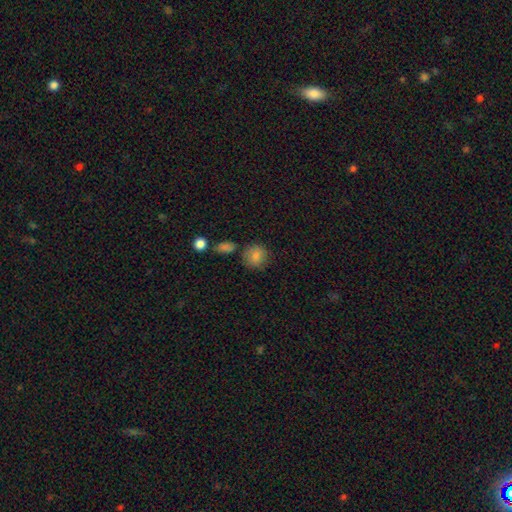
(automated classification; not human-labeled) Morphology: type=smooth (84%); roundness=round (80%); merging=none (73%).